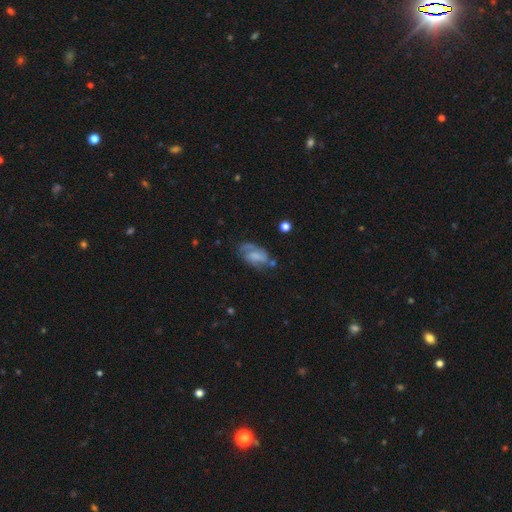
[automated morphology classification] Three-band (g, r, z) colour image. It shows a featured or disk galaxy (62%) with a weak bar (43%), spiral arms (85%) and no central bulge (40%). Merging: none (53%).